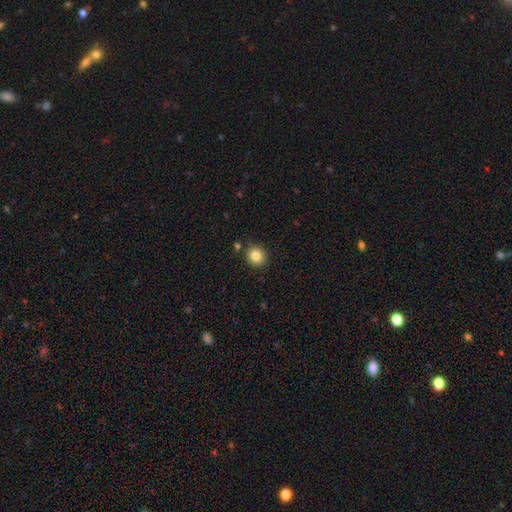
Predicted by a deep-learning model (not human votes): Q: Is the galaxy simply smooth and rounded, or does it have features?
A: smooth — 84%.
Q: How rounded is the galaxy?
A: round — 83%.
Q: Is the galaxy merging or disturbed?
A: none — 85%.